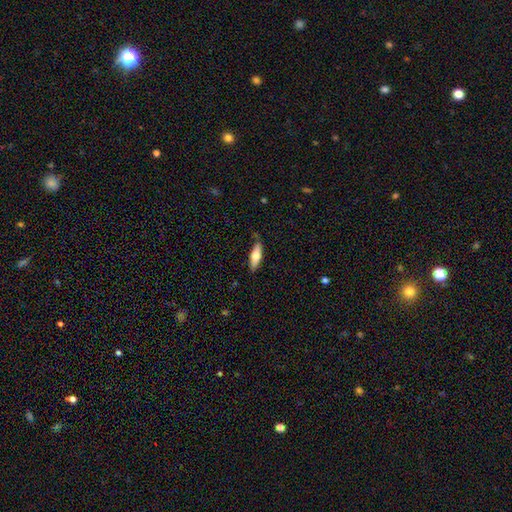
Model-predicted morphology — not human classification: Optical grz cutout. It shows a smooth galaxy with no disk features (67%) that is in between round and cigar-shaped (51%). Merging: none (82%).